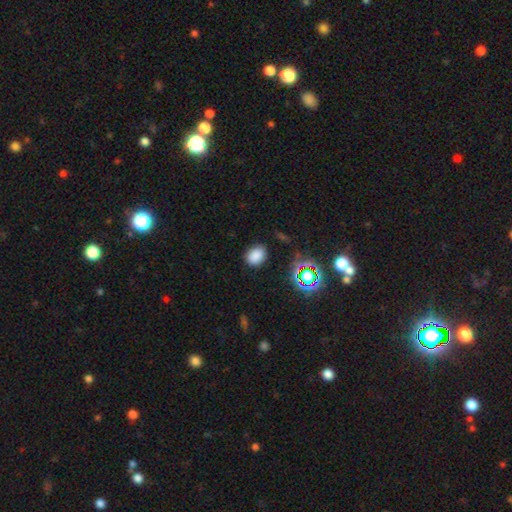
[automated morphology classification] Q: Smooth or featured?
A: smooth (79%); runner-up: star or artifact (16%)
Q: How rounded?
A: in between (68%); runner-up: round (31%)
Q: Merging?
A: none (84%); runner-up: minor disturbance (11%)